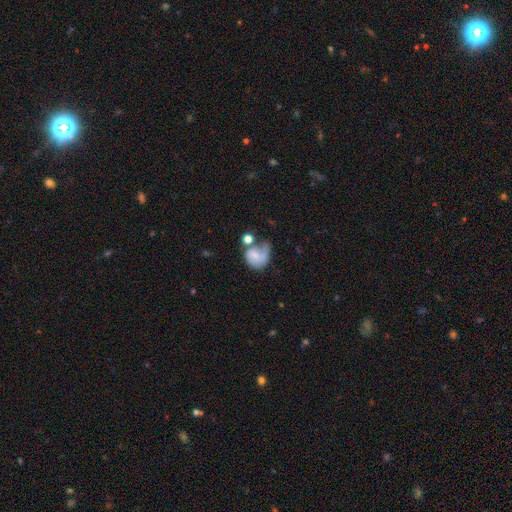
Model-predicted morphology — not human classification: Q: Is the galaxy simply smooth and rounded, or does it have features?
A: smooth — 57%.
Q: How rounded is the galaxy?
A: round — 58%.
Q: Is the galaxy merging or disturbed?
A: major disturbance — 34%.